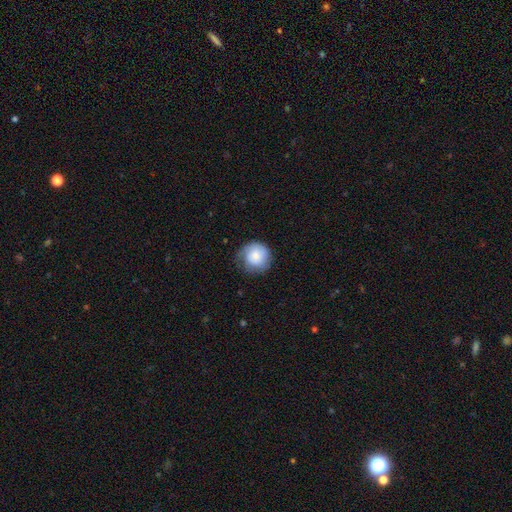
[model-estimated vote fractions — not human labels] Smooth or featured? smooth (79%)
How rounded? round (91%)
Merging? none (58%)